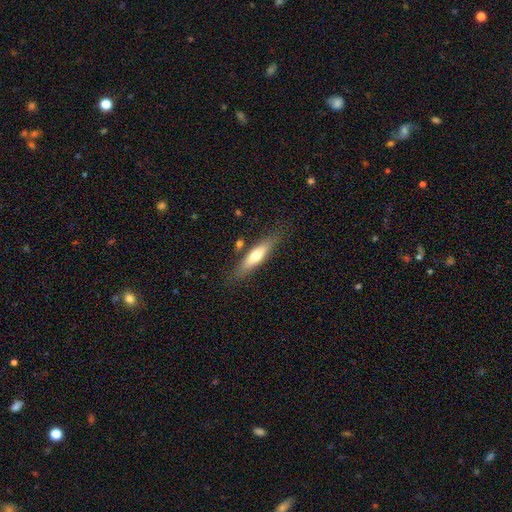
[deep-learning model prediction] Q: Smooth or featured?
A: smooth (55%); runner-up: featured or disk (38%)
Q: How rounded?
A: cigar-shaped (74%); runner-up: in between (24%)
Q: Merging?
A: none (80%); runner-up: minor disturbance (12%)